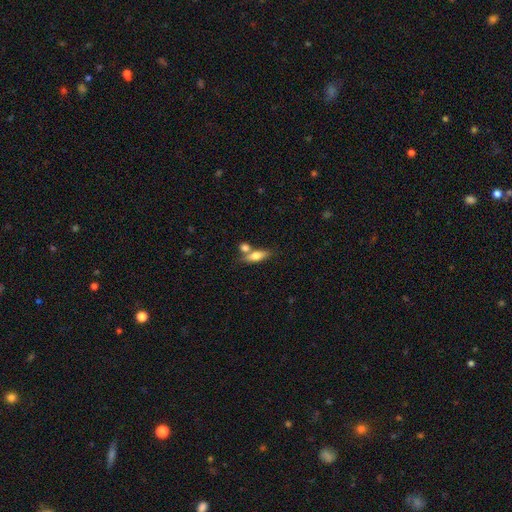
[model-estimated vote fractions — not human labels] Overall: smooth (66%; featured or disk 27%). How rounded: in between (59%; cigar-shaped 36%). Merging: none (55%; merger 29%).